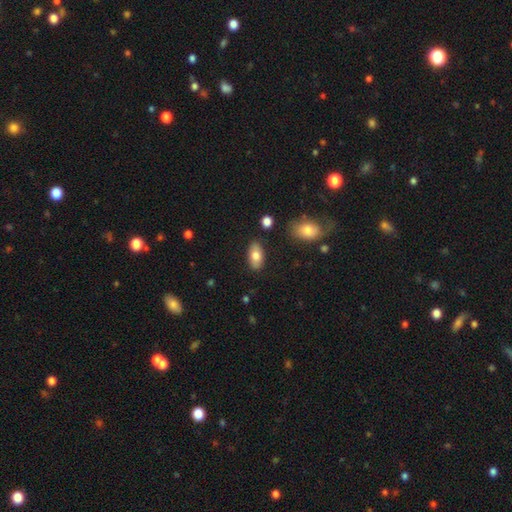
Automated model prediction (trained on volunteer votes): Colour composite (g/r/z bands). It shows a smooth galaxy with no disk features (77%) that is in between round and cigar-shaped (92%). Merging: none (85%).